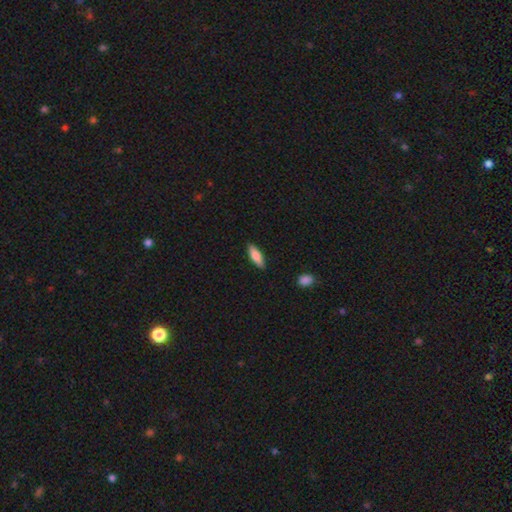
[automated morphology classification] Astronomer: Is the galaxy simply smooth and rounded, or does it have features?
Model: smooth — 74%.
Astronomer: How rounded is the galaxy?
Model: in between — 55% (runner-up: cigar-shaped, 43%).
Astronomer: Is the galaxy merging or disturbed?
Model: none — 86%.